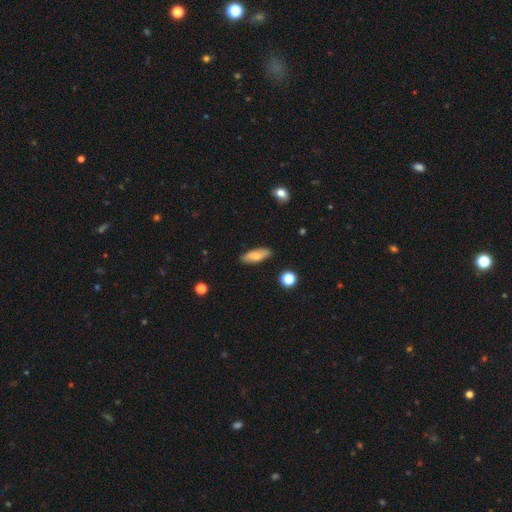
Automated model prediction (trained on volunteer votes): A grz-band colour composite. It shows a smooth galaxy with no disk features (72%) that is in between round and cigar-shaped (66%). Merging: none (87%).